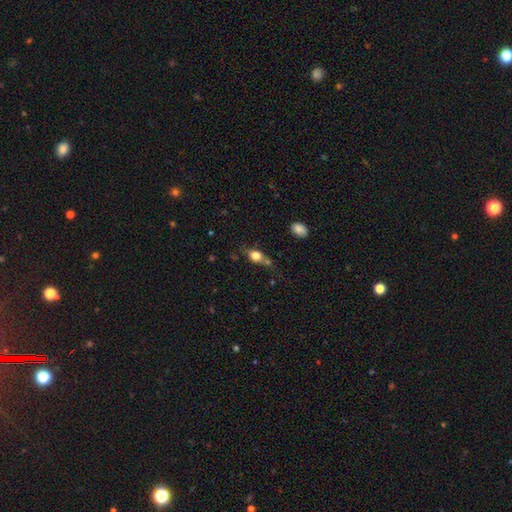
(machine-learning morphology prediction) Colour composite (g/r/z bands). It shows a smooth galaxy with no disk features (74%) that is in between round and cigar-shaped (61%). Merging: none (51%).